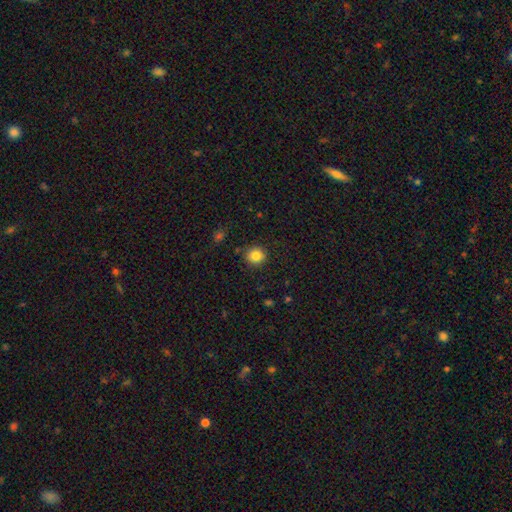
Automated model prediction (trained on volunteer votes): Q: Smooth or featured?
A: smooth (84%); runner-up: star or artifact (10%)
Q: How rounded?
A: round (92%); runner-up: in between (7%)
Q: Merging?
A: none (90%); runner-up: minor disturbance (7%)